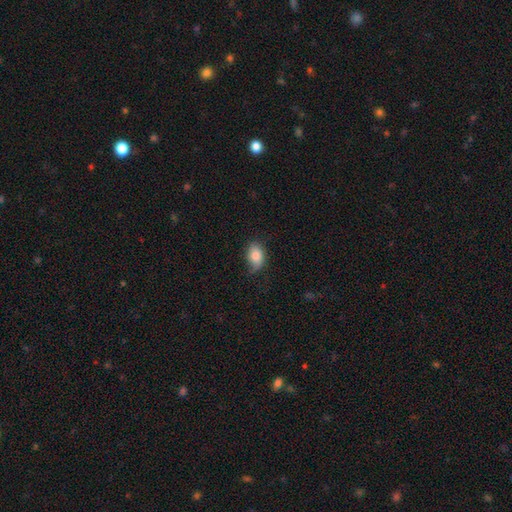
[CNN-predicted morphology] smooth 82%, featured or disk 10%, star or artifact 8%. Down the decision tree: how rounded — in between (86%); merging — none (58%).